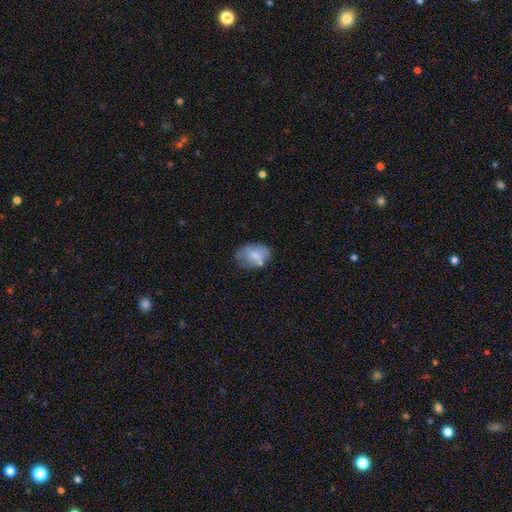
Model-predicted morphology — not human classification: Smooth or featured? Predicted: smooth (p=0.69). How rounded? Predicted: in between (p=0.78). Merging? Predicted: none (p=0.55).